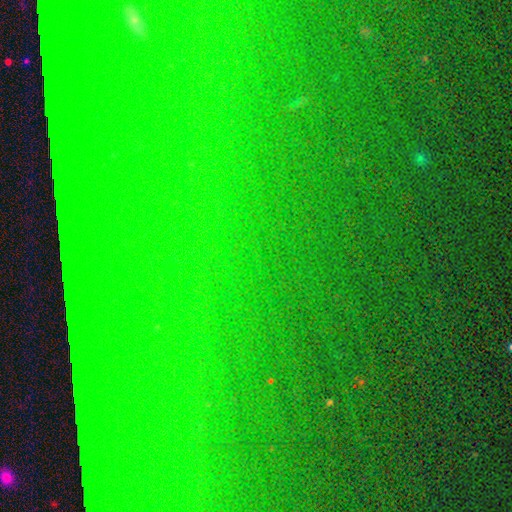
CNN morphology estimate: Smooth or featured?
  - star or artifact: 80% *
  - smooth: 11%
  - featured or disk: 9%